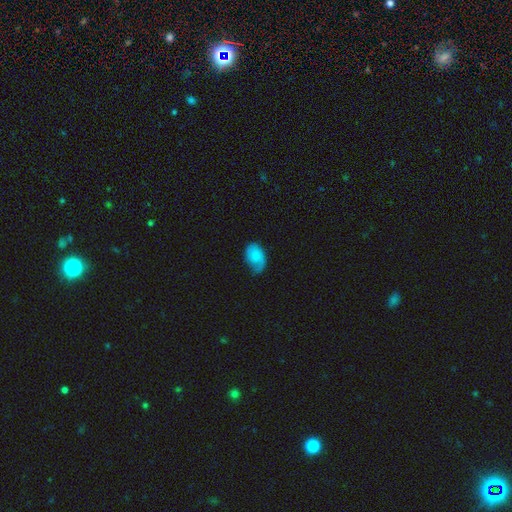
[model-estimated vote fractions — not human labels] smooth_or_featured: smooth (p=0.61) [alt: featured or disk p=0.32]
how_rounded: in between (p=0.86) [alt: round p=0.13]
merging: none (p=0.46) [alt: minor disturbance p=0.36]